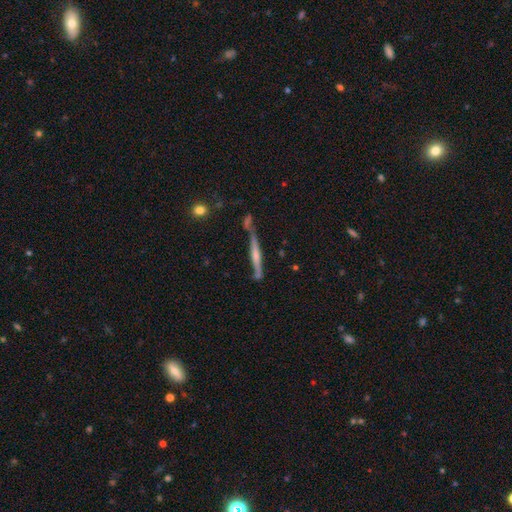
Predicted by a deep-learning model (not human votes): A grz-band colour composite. It shows a featured or disk galaxy (61%) viewed edge-on (95%) with a rounded central bulge (47%). Merging: none (61%).